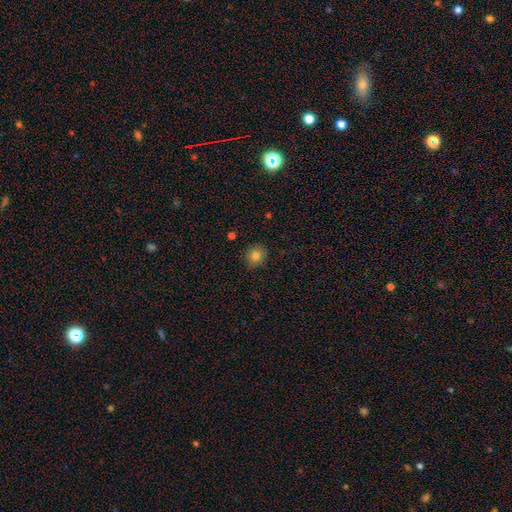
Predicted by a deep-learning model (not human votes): smooth-or-featured: smooth: 81% | star or artifact: 12% | featured or disk: 7%
  how-rounded: round: 85% | in between: 14% | cigar-shaped: 1%
  merging: none: 89% | minor disturbance: 8% | major disturbance: 2% | merger: 1%